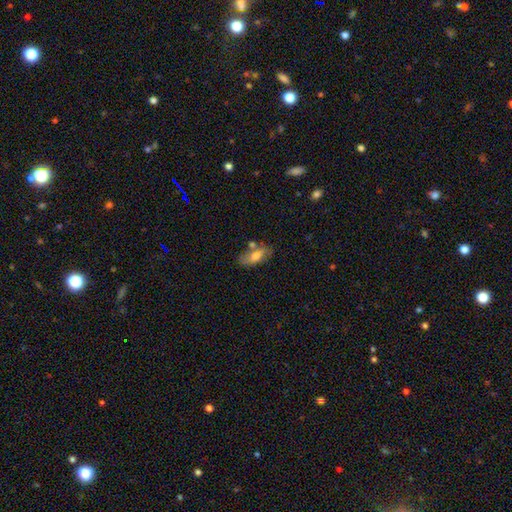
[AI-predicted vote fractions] smooth 63%, featured or disk 30%, star or artifact 7%. Down the decision tree: how rounded — in between (79%); merging — none (62%).